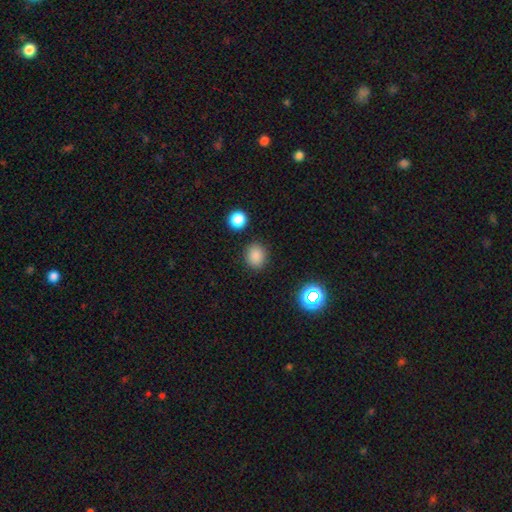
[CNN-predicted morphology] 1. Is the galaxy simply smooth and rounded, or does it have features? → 83% smooth, 13% star or artifact, 4% featured or disk.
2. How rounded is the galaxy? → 70% round, 29% in between, 1% cigar-shaped.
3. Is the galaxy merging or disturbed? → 87% none, 8% minor disturbance, 3% major disturbance, 2% merger.